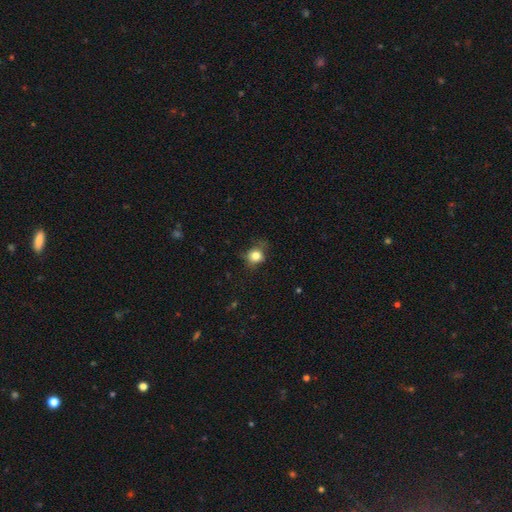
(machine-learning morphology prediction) type=smooth (81%); roundness=round (78%); merging=none (66%).